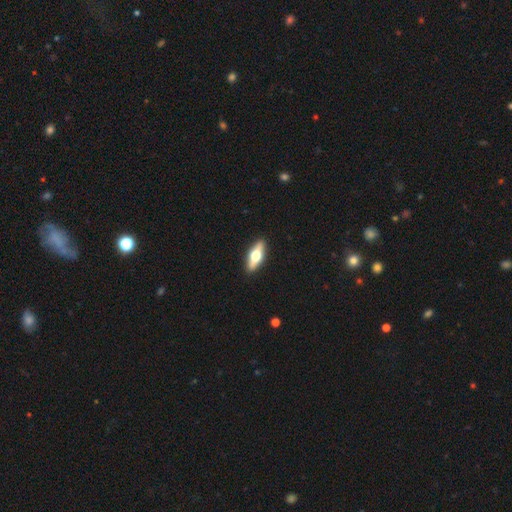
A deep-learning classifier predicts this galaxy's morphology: Smooth or featured?
  - featured or disk: 49% *
  - smooth: 45%
  - star or artifact: 6%
Merging?
  - none: 90% *
  - minor disturbance: 7%
  - major disturbance: 2%
  - merger: 1%